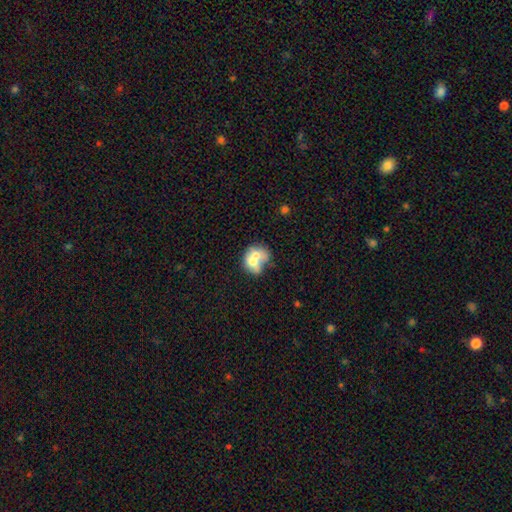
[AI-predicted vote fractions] Q: Smooth or featured?
A: smooth (61%); runner-up: featured or disk (30%)
Q: How rounded?
A: round (54%); runner-up: in between (45%)
Q: Merging?
A: merger (62%); runner-up: none (21%)